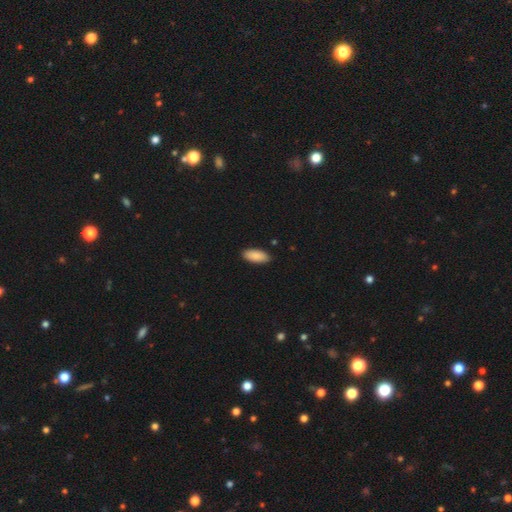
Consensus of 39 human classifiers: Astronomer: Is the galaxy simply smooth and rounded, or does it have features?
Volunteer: smooth — 97%.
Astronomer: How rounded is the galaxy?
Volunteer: in between — 89%.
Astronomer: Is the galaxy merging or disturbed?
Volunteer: none — 84%.